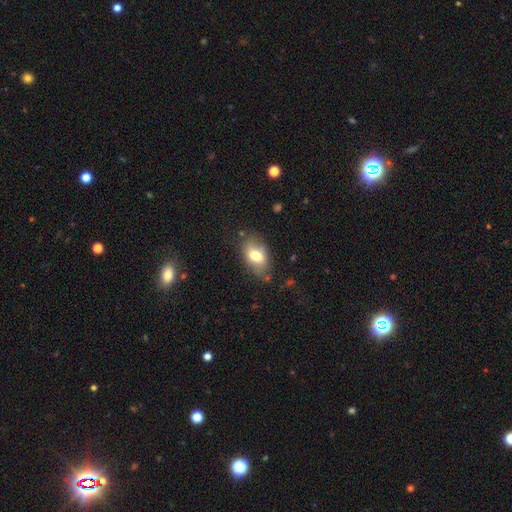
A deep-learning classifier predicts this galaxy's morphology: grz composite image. It shows a smooth galaxy with no disk features (73%) that is in between round and cigar-shaped (89%). Merging: none (70%).